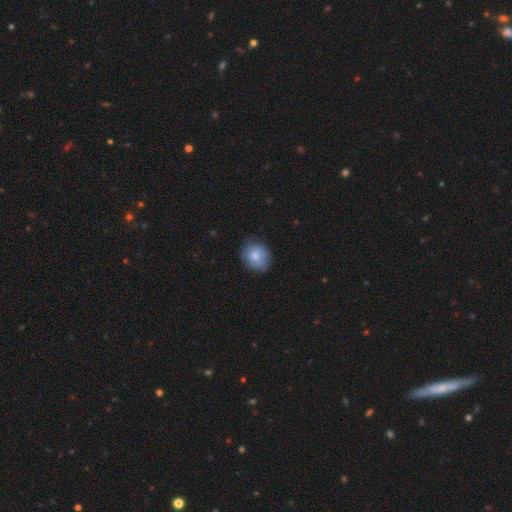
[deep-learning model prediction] Smooth or featured? Predicted: smooth (p=0.77). How rounded? Predicted: round (p=0.68). Merging? Predicted: none (p=0.73).